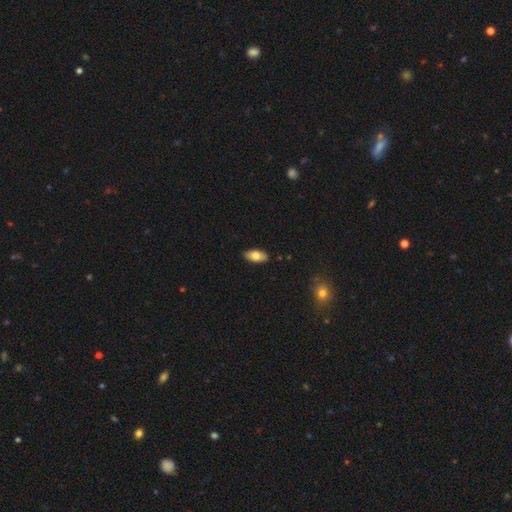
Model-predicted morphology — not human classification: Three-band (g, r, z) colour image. It shows a smooth galaxy with no disk features (75%) that is in between round and cigar-shaped (90%). Merging: none (89%).